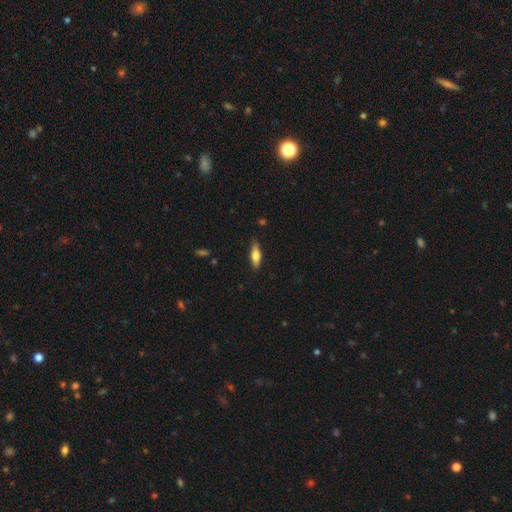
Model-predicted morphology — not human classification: smooth 56%, featured or disk 37%, star or artifact 6%. Down the decision tree: how rounded — cigar-shaped (51%); merging — none (85%).